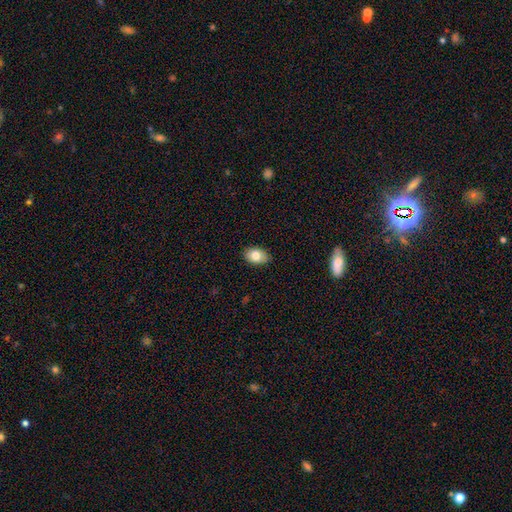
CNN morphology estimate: This appears to be a smooth galaxy with no disk features (81%) that is in between round and cigar-shaped (86%). Merging: none (87%).